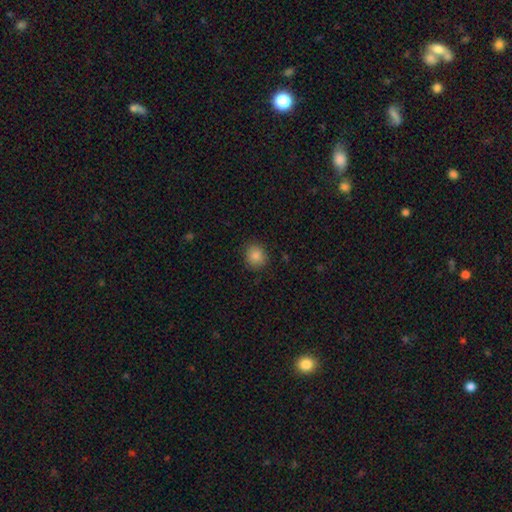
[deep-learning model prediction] The model was most divided on "how rounded": round: 81%, in between: 18%, cigar-shaped: 1%. More confident: merging — none (88%); smooth or featured — smooth (86%).